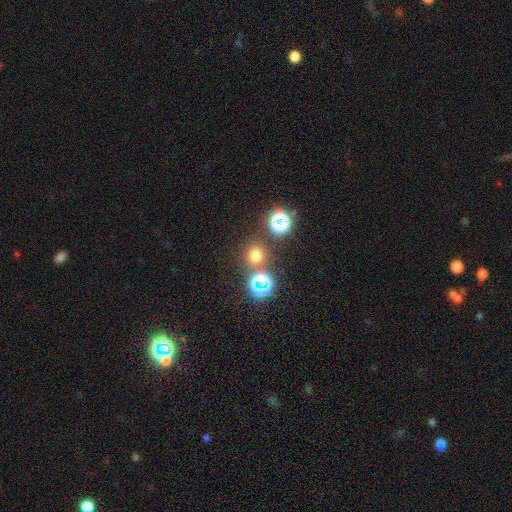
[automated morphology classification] A smooth galaxy with no disk features (64%) that is round (91%). Merging: none (80%).